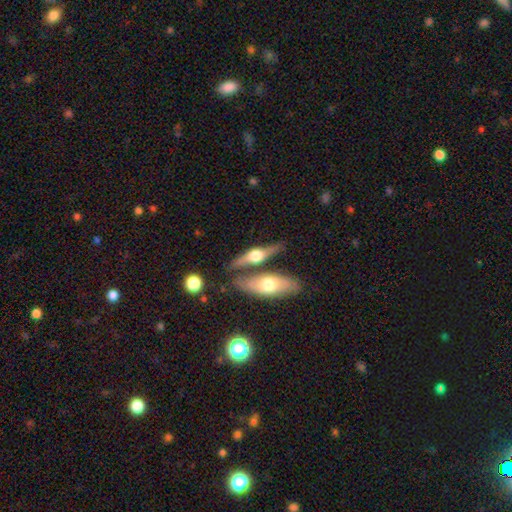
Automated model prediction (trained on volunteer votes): This is likely a featured or disk galaxy (67%). It is clearly viewed edge-on (90%). Edge-on bulge: clearly rounded (95%). Merging: likely none (61%).